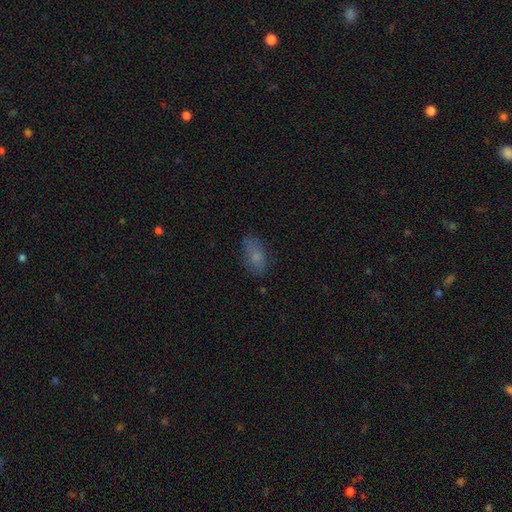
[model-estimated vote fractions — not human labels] Smooth or featured?
  - smooth: 74% *
  - featured or disk: 16%
  - star or artifact: 10%
How rounded?
  - in between: 88% *
  - cigar-shaped: 6%
  - round: 5%
Merging?
  - none: 74% *
  - minor disturbance: 19%
  - major disturbance: 5%
  - merger: 2%